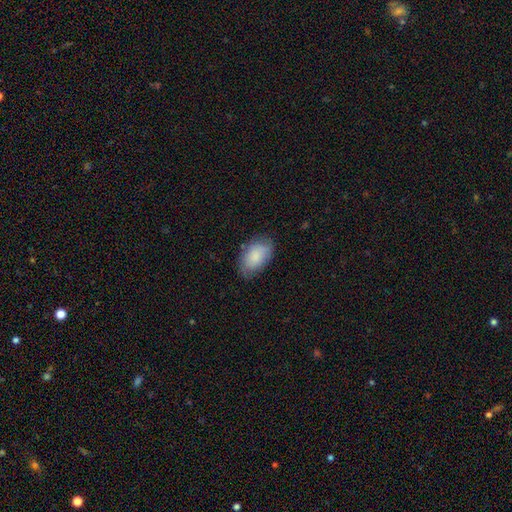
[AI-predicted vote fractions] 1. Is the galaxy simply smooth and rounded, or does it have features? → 83% smooth, 11% featured or disk, 6% star or artifact.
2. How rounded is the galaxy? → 93% in between, 5% round, 1% cigar-shaped.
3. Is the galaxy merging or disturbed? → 73% none, 20% minor disturbance, 5% major disturbance, 1% merger.